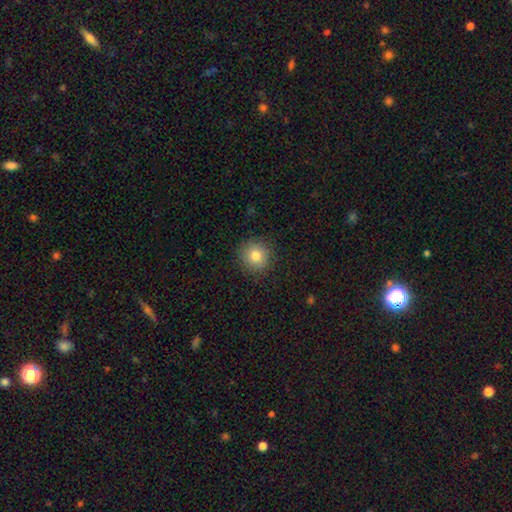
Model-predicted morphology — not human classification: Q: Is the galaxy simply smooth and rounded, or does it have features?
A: smooth — 80%.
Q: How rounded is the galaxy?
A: round — 93%.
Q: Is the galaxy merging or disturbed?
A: none — 89%.